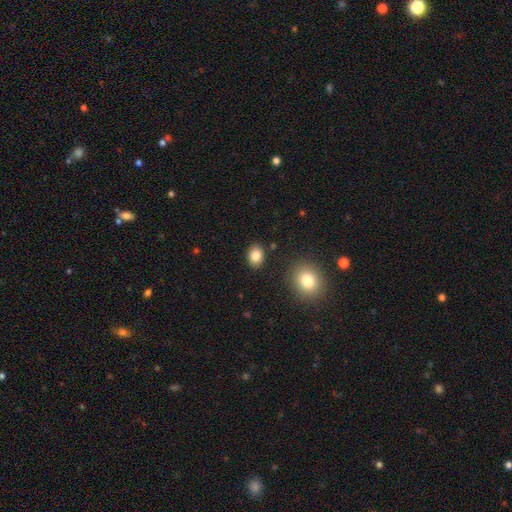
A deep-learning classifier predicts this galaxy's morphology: Smooth or featured? Predicted: smooth (p=0.84). How rounded? Predicted: in between (p=0.64). Merging? Predicted: none (p=0.87).